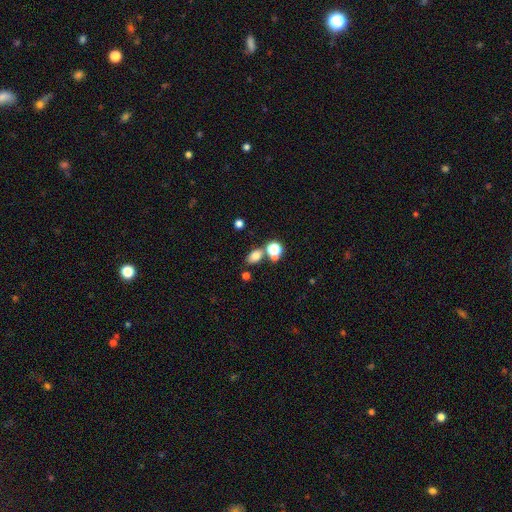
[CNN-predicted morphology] Q: Smooth or featured?
A: smooth (75%); runner-up: star or artifact (15%)
Q: How rounded?
A: in between (74%); runner-up: round (24%)
Q: Merging?
A: none (60%); runner-up: merger (24%)